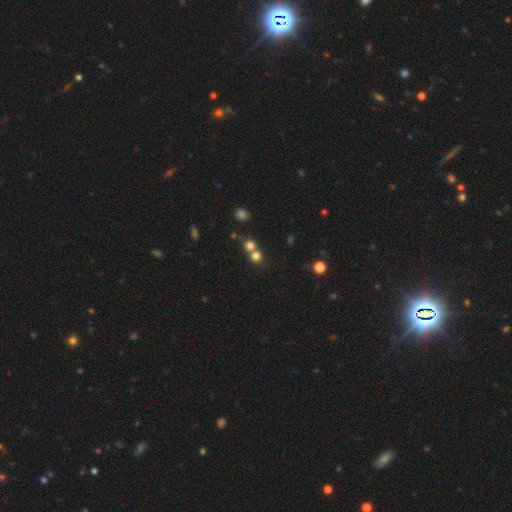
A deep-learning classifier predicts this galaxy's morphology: Smooth or featured: smooth — 74% (star or artifact — 17%)
How rounded: round — 87% (in between — 12%)
Merging: none — 48% (merger — 44%)